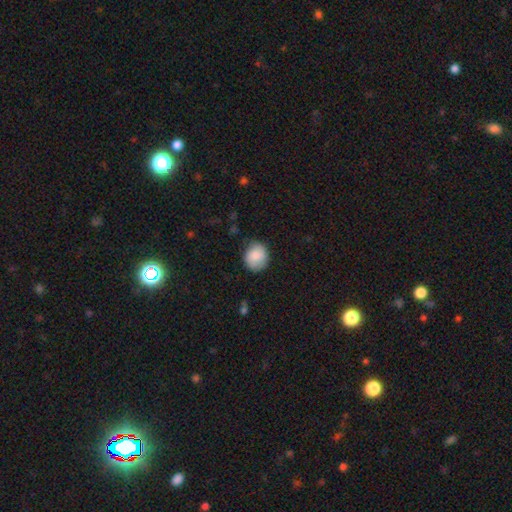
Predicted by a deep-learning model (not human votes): Overall: smooth (83%). How rounded: round (75%). Merging: none (77%).